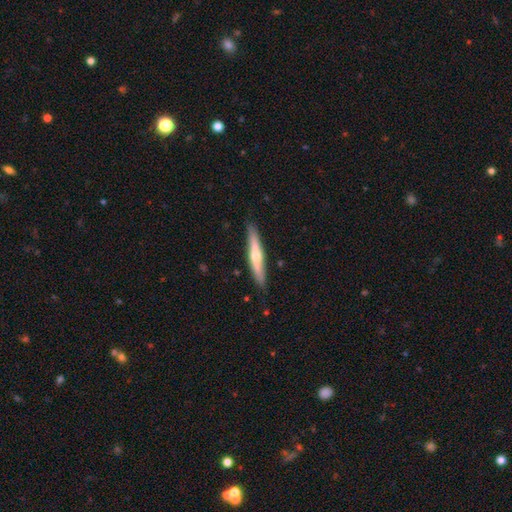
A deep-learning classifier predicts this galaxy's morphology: This is possibly a featured or disk galaxy (54%). It is clearly viewed edge-on (93%). Edge-on bulge: clearly rounded (84%). Merging: clearly none (88%).